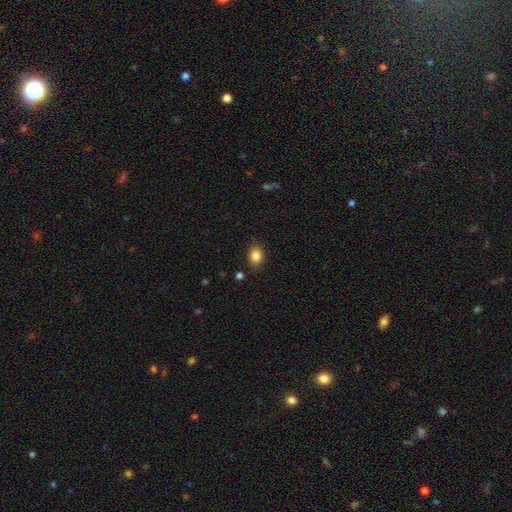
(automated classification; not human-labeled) smooth 86%, star or artifact 9%, featured or disk 5%. Down the decision tree: how rounded — in between (70%); merging — none (84%).